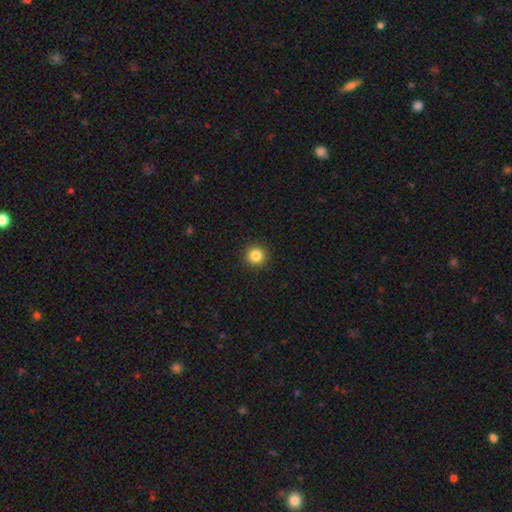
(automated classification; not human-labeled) Smooth or featured? Predicted: smooth (p=0.84). How rounded? Predicted: round (p=0.95). Merging? Predicted: none (p=0.93).